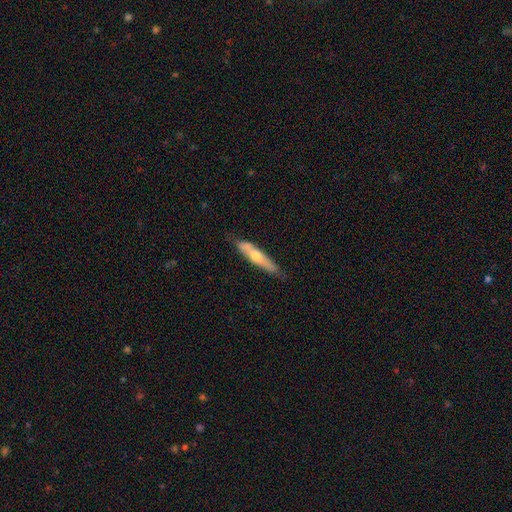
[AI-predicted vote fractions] smooth 51%, featured or disk 43%, star or artifact 5%. Down the decision tree: how rounded — cigar-shaped (83%); merging — none (73%).